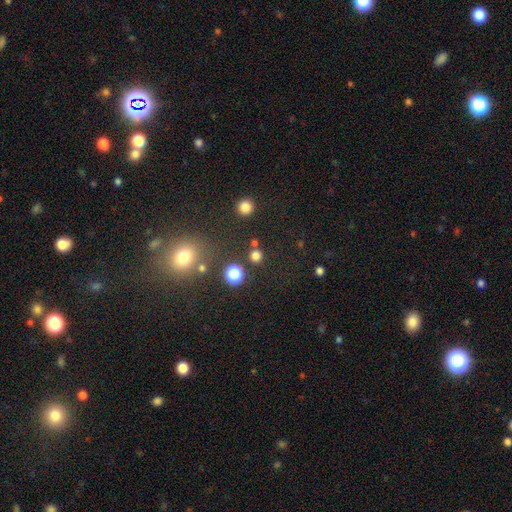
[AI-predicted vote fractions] The model was most divided on "smooth or featured": smooth: 74%, star or artifact: 21%, featured or disk: 5%. More confident: how rounded — round (91%); merging — none (82%).